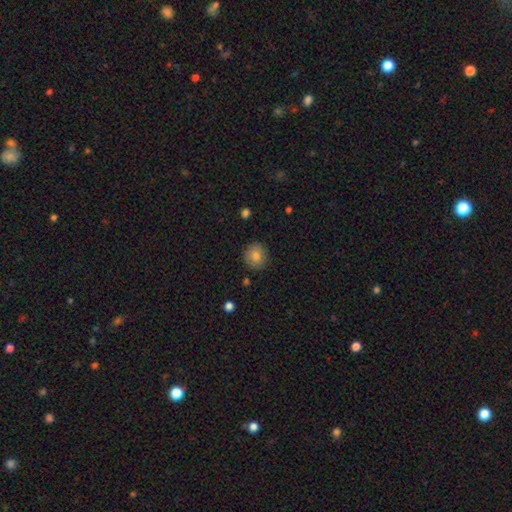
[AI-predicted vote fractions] Overall: smooth (81%). How rounded: round (87%). Merging: none (88%).